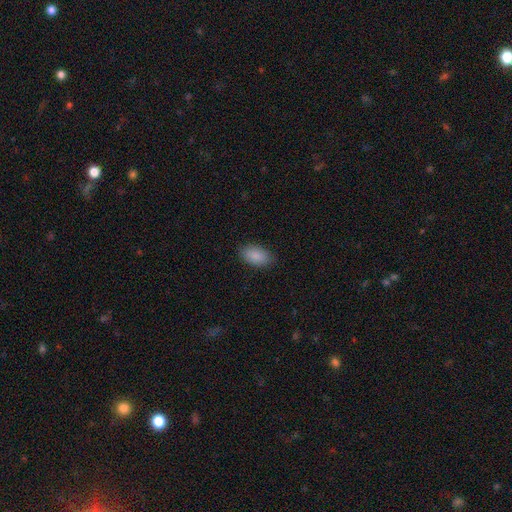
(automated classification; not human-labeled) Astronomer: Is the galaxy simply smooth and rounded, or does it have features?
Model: smooth — 89%.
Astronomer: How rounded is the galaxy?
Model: in between — 94%.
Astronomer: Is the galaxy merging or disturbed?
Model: none — 86%.